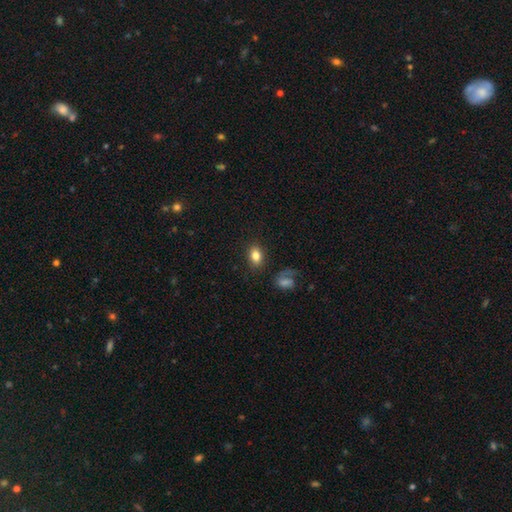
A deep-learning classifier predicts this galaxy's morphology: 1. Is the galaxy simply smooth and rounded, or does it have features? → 82% smooth, 9% star or artifact, 9% featured or disk.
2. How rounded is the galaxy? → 73% in between, 25% round, 1% cigar-shaped.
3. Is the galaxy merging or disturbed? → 82% none, 11% minor disturbance, 4% major disturbance, 3% merger.